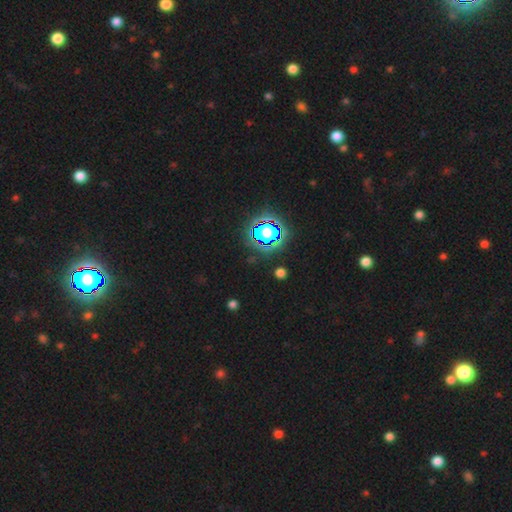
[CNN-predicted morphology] Smooth or featured: star or artifact — 83% (smooth — 11%)